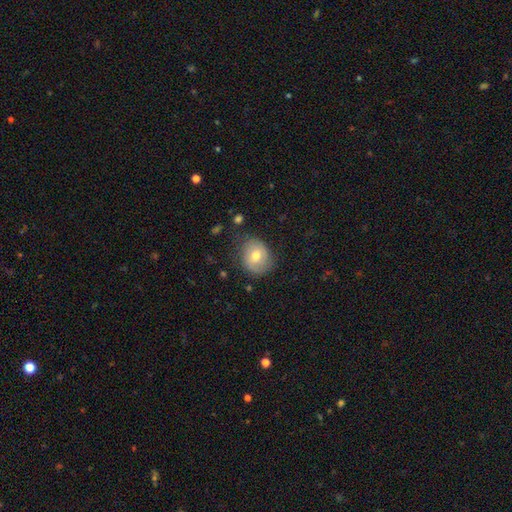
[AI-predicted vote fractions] Q: Smooth or featured?
A: smooth (64%); runner-up: featured or disk (28%)
Q: How rounded?
A: round (60%); runner-up: in between (40%)
Q: Merging?
A: none (69%); runner-up: minor disturbance (22%)